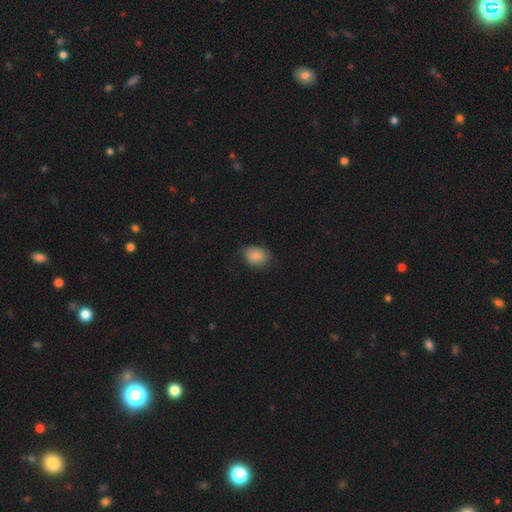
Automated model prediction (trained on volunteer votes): smooth_or_featured: smooth (p=0.86) [alt: star or artifact p=0.08]
how_rounded: in between (p=0.63) [alt: round p=0.36]
merging: none (p=0.77) [alt: minor disturbance p=0.18]